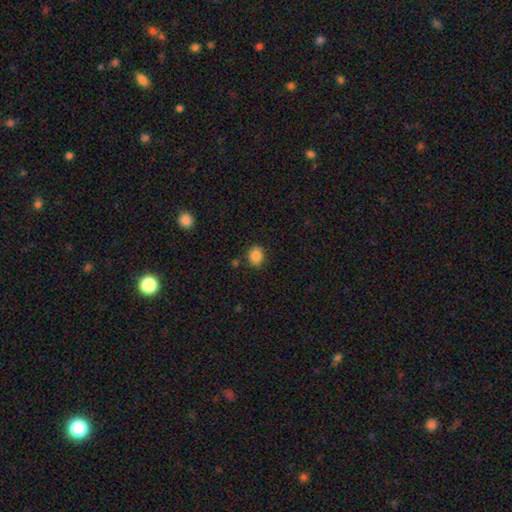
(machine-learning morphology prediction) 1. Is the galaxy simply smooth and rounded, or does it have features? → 85% smooth, 10% star or artifact, 5% featured or disk.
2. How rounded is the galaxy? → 66% round, 33% in between, 1% cigar-shaped.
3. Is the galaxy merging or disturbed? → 84% none, 10% minor disturbance, 3% merger, 3% major disturbance.